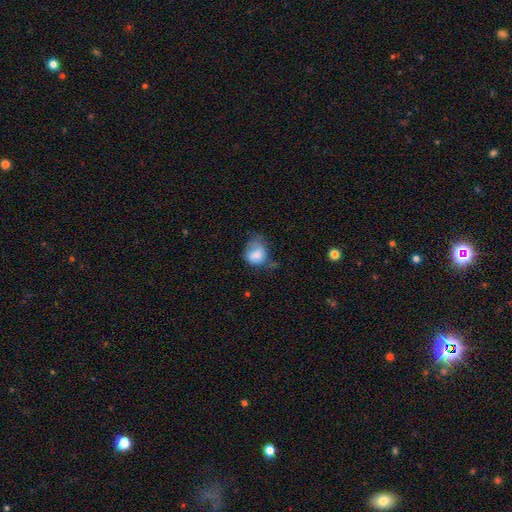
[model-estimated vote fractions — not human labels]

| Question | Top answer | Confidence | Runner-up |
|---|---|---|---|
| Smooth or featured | smooth | 75% | featured or disk (16%) |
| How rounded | round | 51% | in between (48%) |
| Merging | minor disturbance | 36% | major disturbance (32%) |